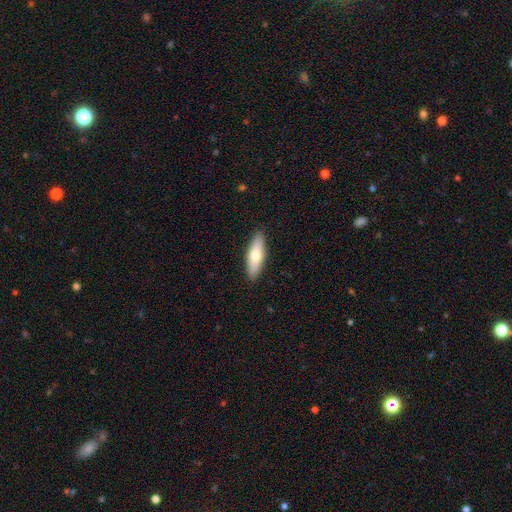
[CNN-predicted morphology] Smooth or featured: smooth — 66% (featured or disk — 28%)
How rounded: cigar-shaped — 53% (in between — 45%)
Merging: none — 89% (minor disturbance — 8%)